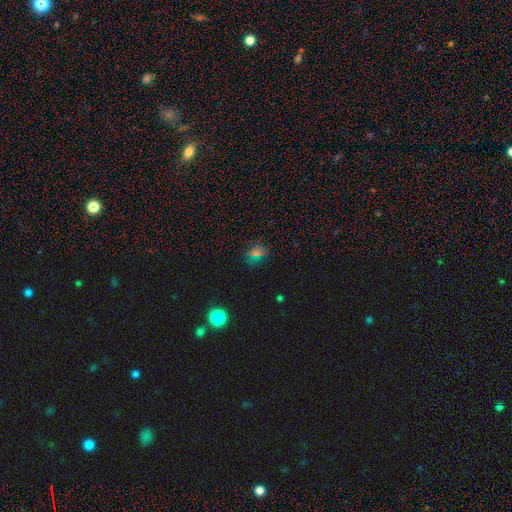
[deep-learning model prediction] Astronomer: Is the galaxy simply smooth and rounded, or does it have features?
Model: smooth — 58% (runner-up: star or artifact, 33%).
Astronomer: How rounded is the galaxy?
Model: in between — 50% (runner-up: round, 47%).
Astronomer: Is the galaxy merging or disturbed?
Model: none — 82%.